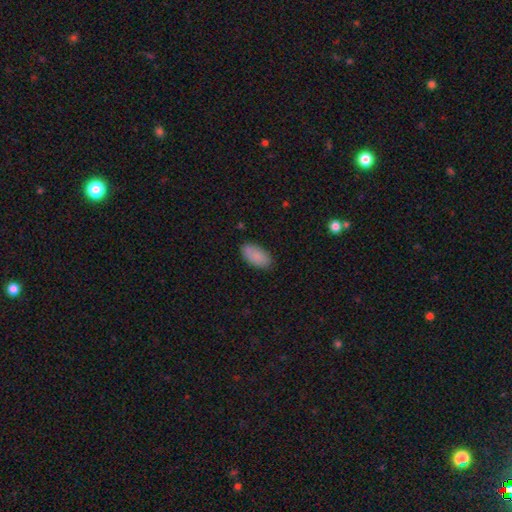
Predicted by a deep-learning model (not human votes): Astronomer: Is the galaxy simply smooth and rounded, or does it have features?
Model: smooth — 87%.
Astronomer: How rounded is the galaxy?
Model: in between — 94%.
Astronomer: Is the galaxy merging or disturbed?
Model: none — 83%.